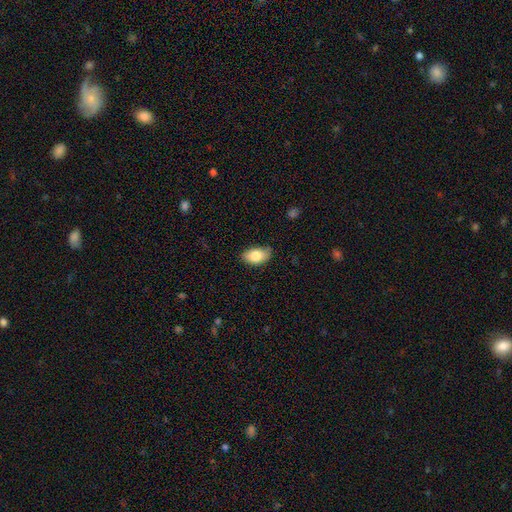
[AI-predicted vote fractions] Smooth or featured? Predicted: smooth (p=0.82). How rounded? Predicted: in between (p=0.92). Merging? Predicted: none (p=0.74).